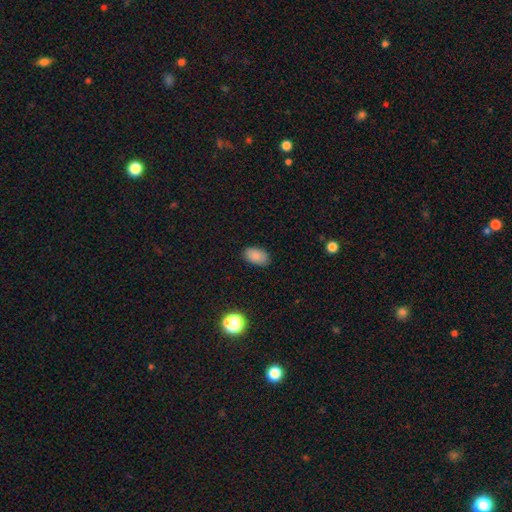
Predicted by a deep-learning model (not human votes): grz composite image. It shows a smooth galaxy with no disk features (86%) that is in between round and cigar-shaped (92%). Merging: none (86%).